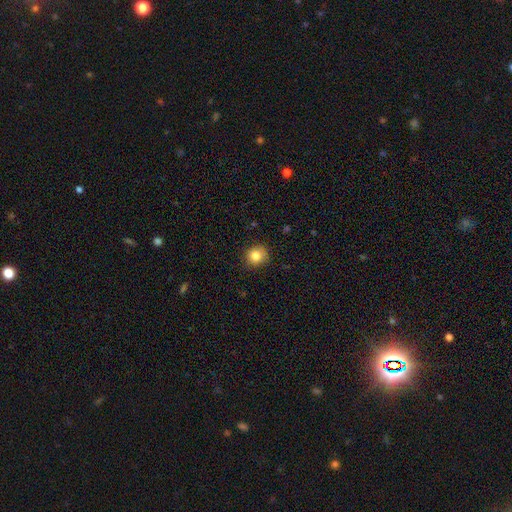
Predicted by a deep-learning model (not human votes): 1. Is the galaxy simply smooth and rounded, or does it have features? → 83% smooth, 10% star or artifact, 6% featured or disk.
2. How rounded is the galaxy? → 88% round, 11% in between, 1% cigar-shaped.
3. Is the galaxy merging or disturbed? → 84% none, 12% minor disturbance, 2% major disturbance, 1% merger.